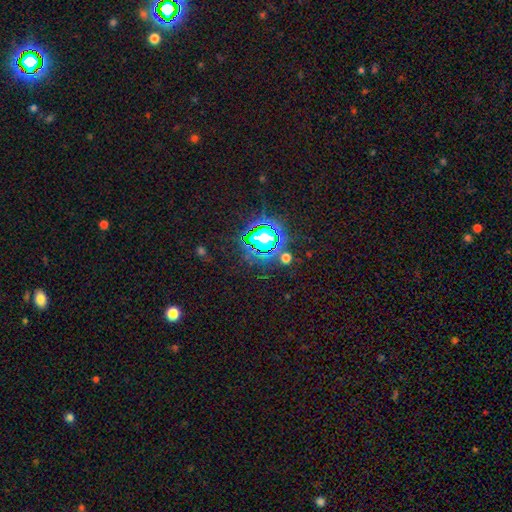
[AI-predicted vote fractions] A star or artifact, not a galaxy (84%).

Vote fractions:
- Smooth or featured? star or artifact: 84% / smooth: 10% / featured or disk: 6%